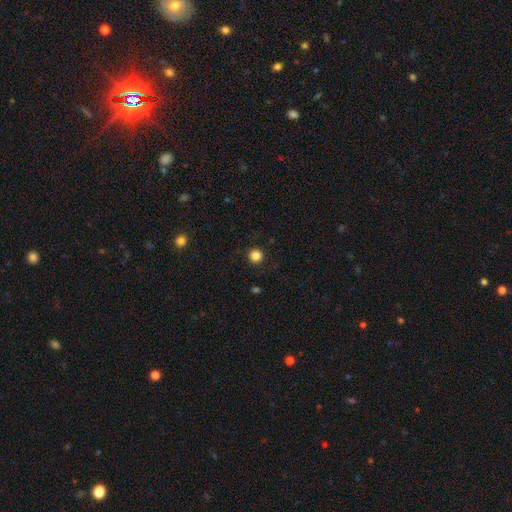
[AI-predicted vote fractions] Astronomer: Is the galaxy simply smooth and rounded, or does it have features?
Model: smooth — 84%.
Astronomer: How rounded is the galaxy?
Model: round — 95%.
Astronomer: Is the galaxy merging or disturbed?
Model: none — 92%.